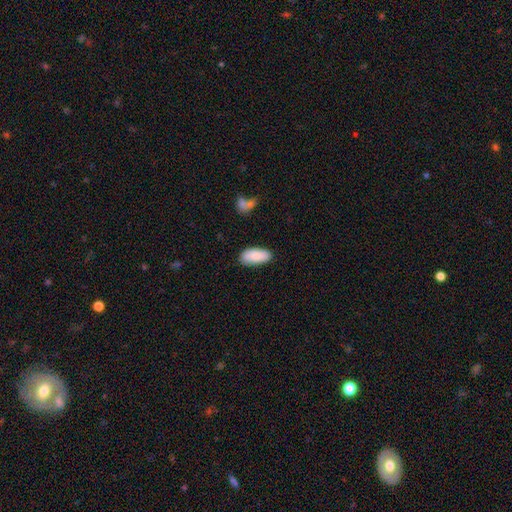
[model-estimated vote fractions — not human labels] Smooth or featured?
  - smooth: 86% *
  - featured or disk: 8%
  - star or artifact: 6%
How rounded?
  - in between: 90% *
  - cigar-shaped: 8%
  - round: 2%
Merging?
  - none: 83% *
  - minor disturbance: 13%
  - major disturbance: 3%
  - merger: 2%